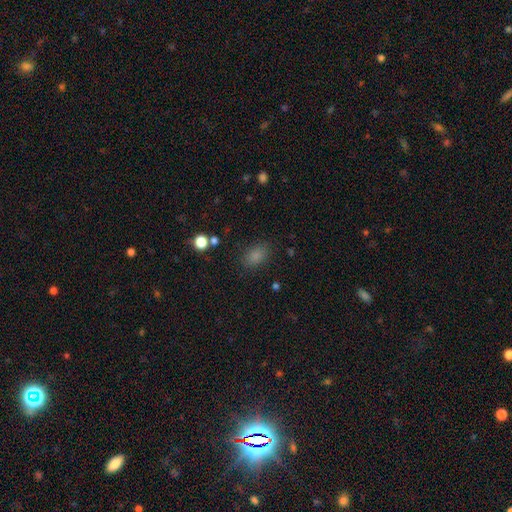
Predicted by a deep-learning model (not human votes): Smooth or featured? smooth (82%)
How rounded? in between (80%)
Merging? none (83%)